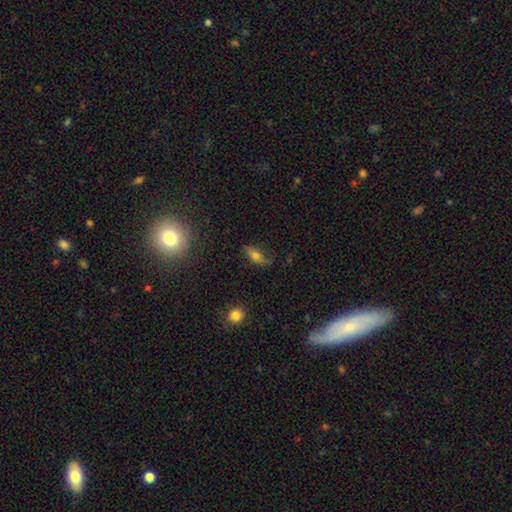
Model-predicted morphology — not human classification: featured or disk 44% (tied), smooth 44% (tied), star or artifact 12%. Down the decision tree: merging — none (65%).